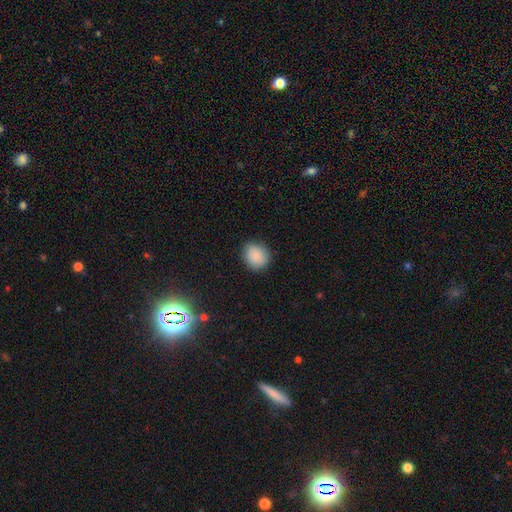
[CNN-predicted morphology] smooth_or_featured: smooth (p=0.88) [alt: star or artifact p=0.08]
how_rounded: round (p=0.71) [alt: in between p=0.28]
merging: none (p=0.83) [alt: minor disturbance p=0.13]